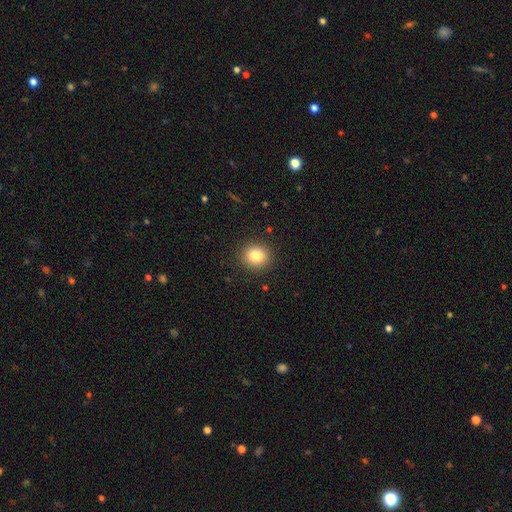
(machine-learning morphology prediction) smooth-or-featured: smooth: 83% | star or artifact: 10% | featured or disk: 7%
  how-rounded: round: 81% | in between: 18% | cigar-shaped: 1%
  merging: none: 90% | minor disturbance: 7% | major disturbance: 2% | merger: 1%